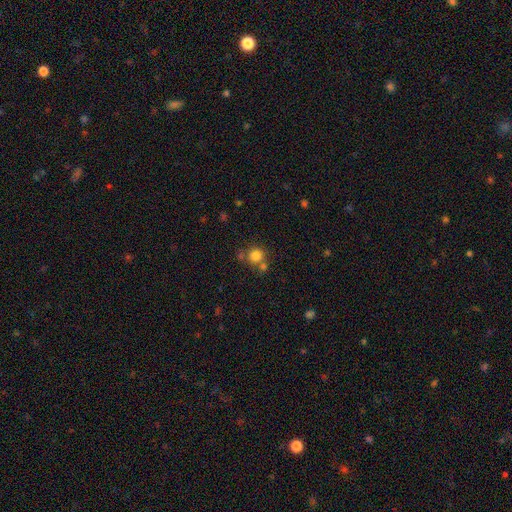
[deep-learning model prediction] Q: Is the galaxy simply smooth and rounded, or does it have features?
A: smooth — 80%.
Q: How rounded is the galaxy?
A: round — 88%.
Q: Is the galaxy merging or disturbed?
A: none — 63%.